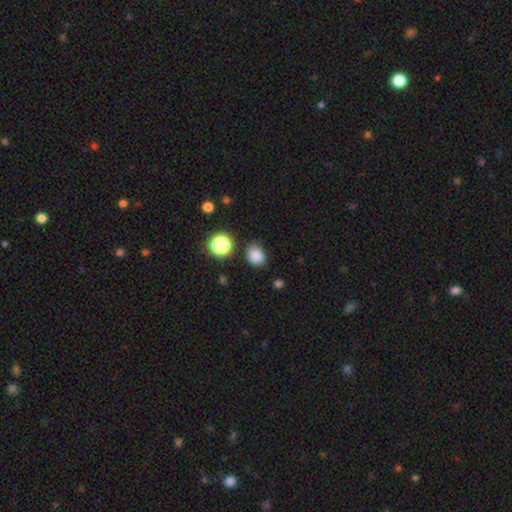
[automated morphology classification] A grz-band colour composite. It shows a smooth galaxy with no disk features (82%) that is round (61%). Merging: none (75%).